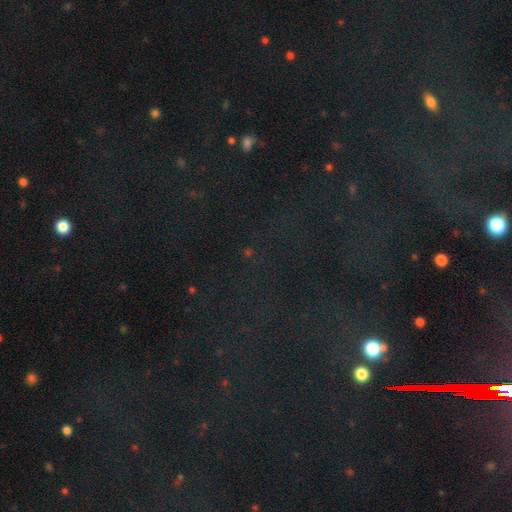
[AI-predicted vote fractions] Smooth or featured?
  - star or artifact: 82% *
  - smooth: 10%
  - featured or disk: 8%